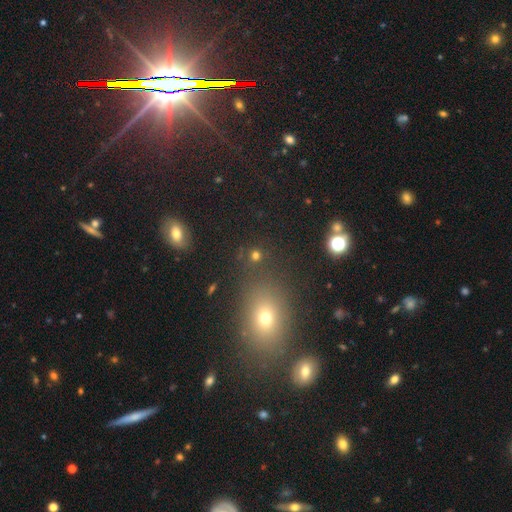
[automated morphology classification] smooth 66%, star or artifact 26%, featured or disk 8%. Down the decision tree: how rounded — round (87%); merging — none (77%).